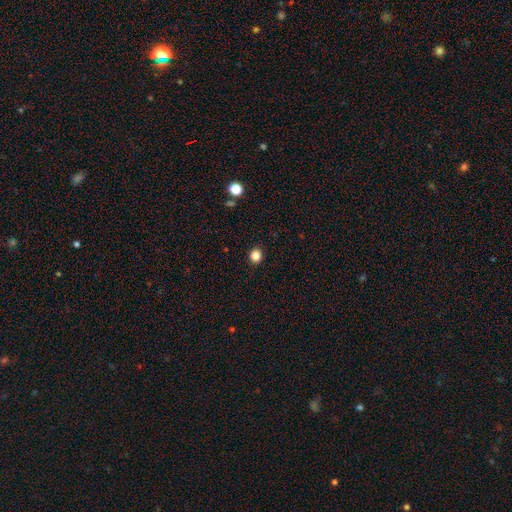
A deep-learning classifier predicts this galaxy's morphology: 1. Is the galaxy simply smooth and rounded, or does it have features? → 85% smooth, 12% star or artifact, 4% featured or disk.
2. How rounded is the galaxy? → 85% round, 14% in between, 1% cigar-shaped.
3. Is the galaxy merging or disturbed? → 92% none, 5% minor disturbance, 2% major disturbance, 1% merger.